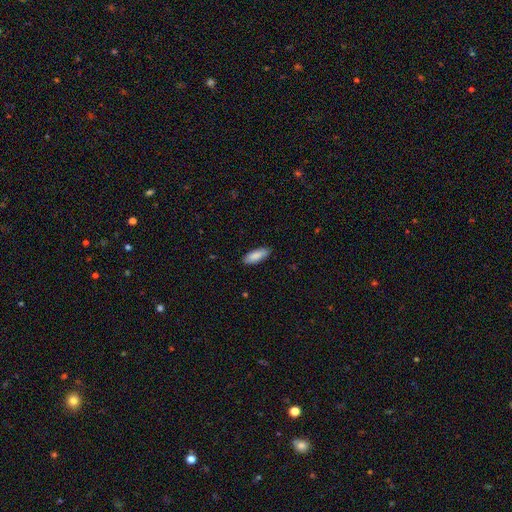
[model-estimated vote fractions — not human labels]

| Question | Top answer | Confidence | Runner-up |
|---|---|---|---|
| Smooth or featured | smooth | 89% | featured or disk (6%) |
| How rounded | in between | 71% | cigar-shaped (27%) |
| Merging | none | 88% | minor disturbance (10%) |